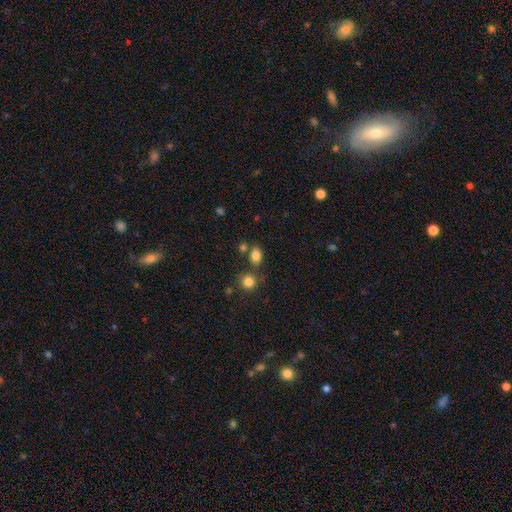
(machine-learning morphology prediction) A smooth galaxy with no disk features (82%) that is in between round and cigar-shaped (74%). Merging: none (67%).